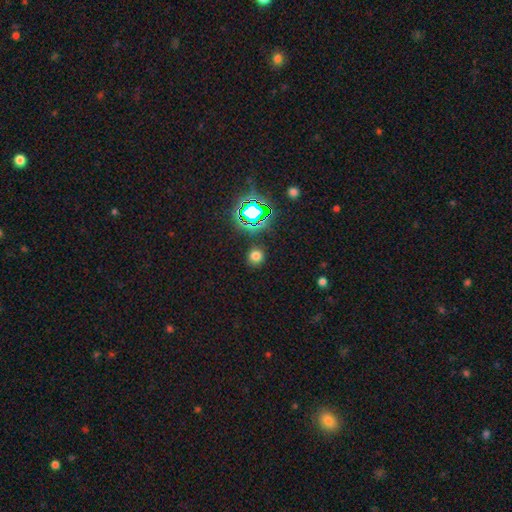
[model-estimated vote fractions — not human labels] smooth-or-featured: smooth: 70% | star or artifact: 24% | featured or disk: 6%
  how-rounded: round: 87% | in between: 12% | cigar-shaped: 1%
  merging: none: 87% | minor disturbance: 8% | major disturbance: 3% | merger: 2%